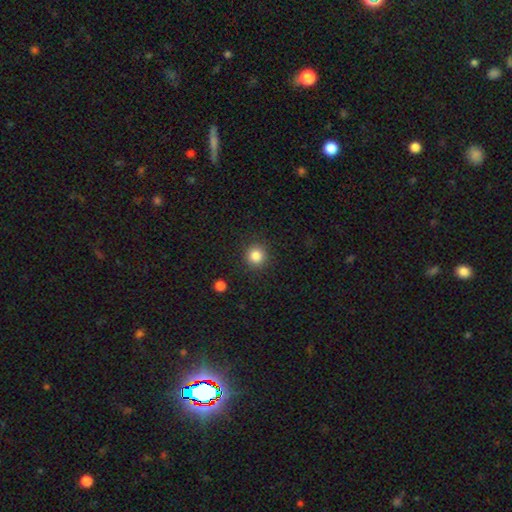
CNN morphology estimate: Smooth or featured: smooth — 84% (star or artifact — 11%)
How rounded: round — 93% (in between — 6%)
Merging: none — 91% (minor disturbance — 6%)